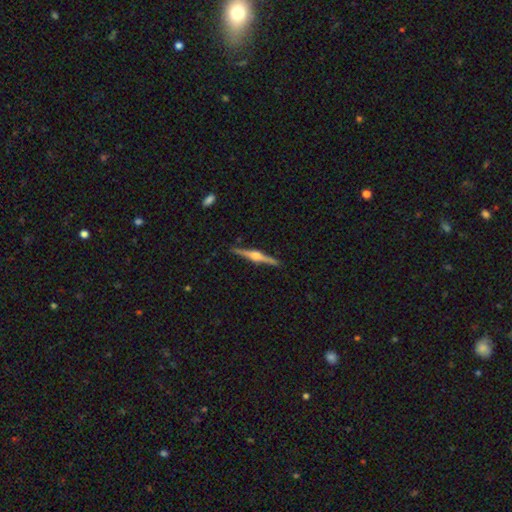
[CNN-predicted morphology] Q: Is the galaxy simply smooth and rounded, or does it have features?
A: featured or disk — 83%.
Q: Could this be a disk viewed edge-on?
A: yes — 99%.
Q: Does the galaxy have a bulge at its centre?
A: rounded — 93%.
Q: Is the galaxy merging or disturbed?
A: none — 91%.